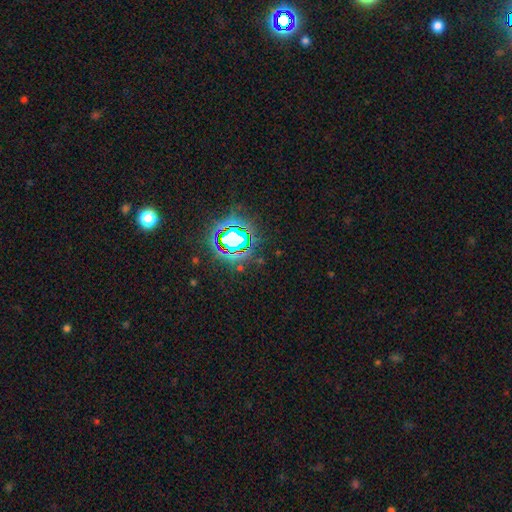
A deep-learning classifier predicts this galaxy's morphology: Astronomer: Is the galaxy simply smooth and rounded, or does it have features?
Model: star or artifact — 78%.